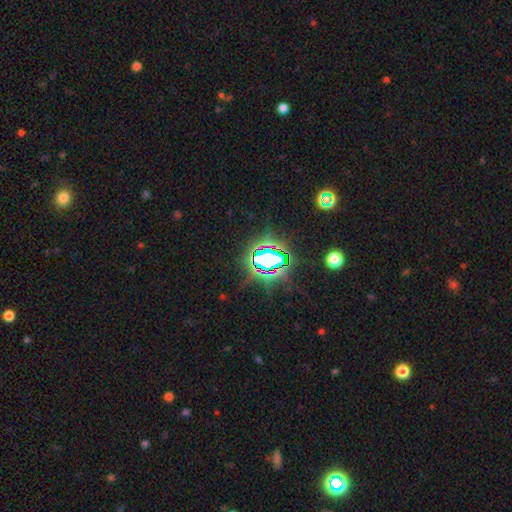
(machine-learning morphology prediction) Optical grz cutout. It shows a star or artifact, not a galaxy (74%).